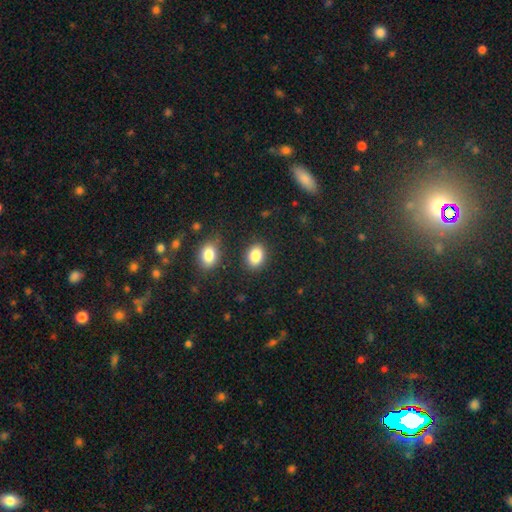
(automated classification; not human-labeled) smooth-or-featured: smooth: 85% | star or artifact: 9% | featured or disk: 6%
  how-rounded: in between: 68% | round: 31% | cigar-shaped: 1%
  merging: none: 85% | minor disturbance: 9% | merger: 3% | major disturbance: 3%